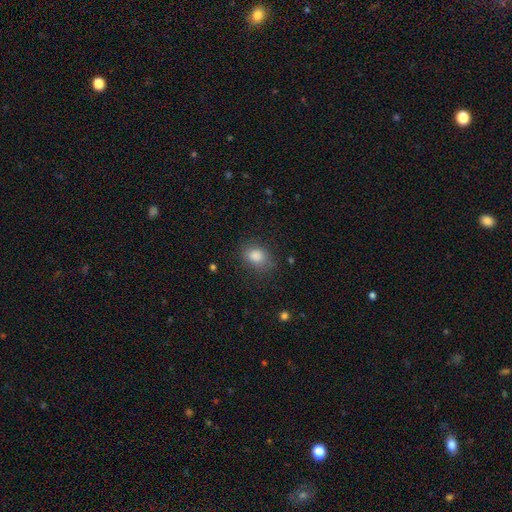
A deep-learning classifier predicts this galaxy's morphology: Smooth or featured? Predicted: smooth (p=0.84). How rounded? Predicted: in between (p=0.58). Merging? Predicted: none (p=0.75).